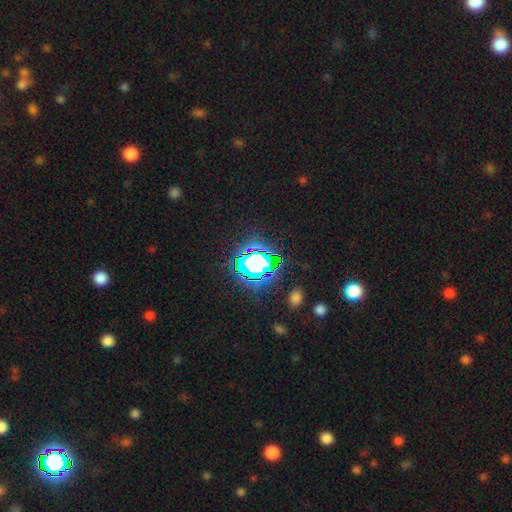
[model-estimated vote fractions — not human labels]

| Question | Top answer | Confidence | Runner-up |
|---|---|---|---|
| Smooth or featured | star or artifact | 77% | smooth (15%) |